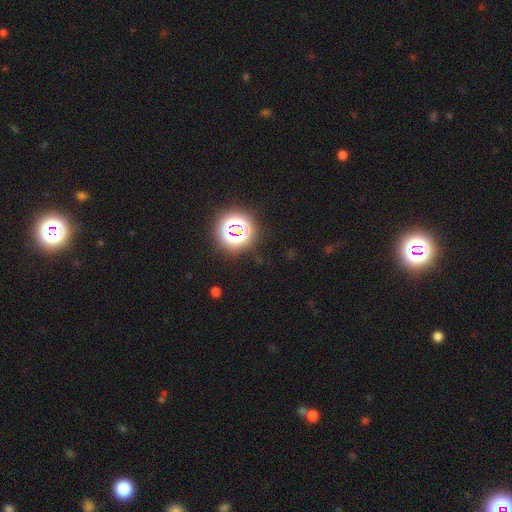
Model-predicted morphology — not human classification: smooth-or-featured: star or artifact: 74% | smooth: 19% | featured or disk: 6%